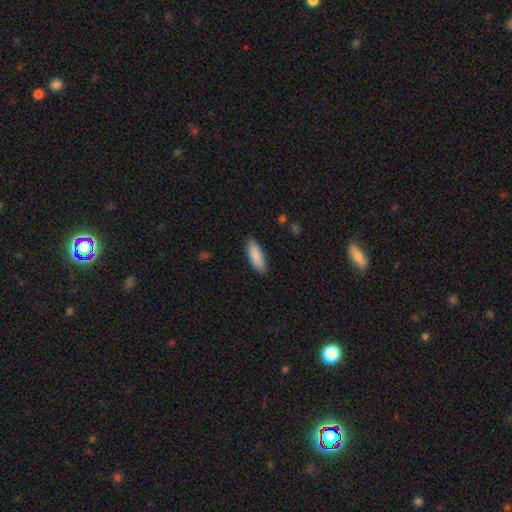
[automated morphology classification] Smooth or featured? smooth (89%)
How rounded? in between (58%)
Merging? none (87%)